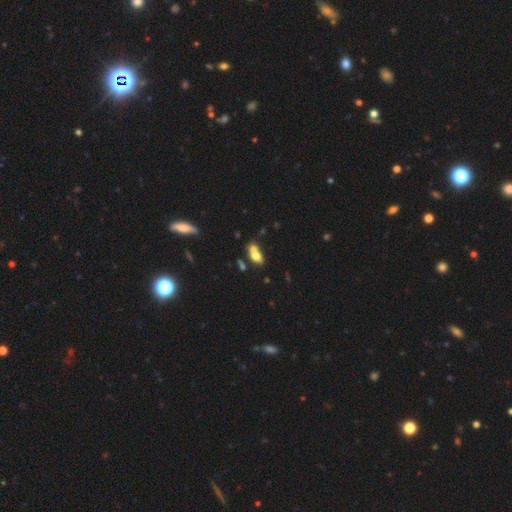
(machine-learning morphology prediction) Q: Smooth or featured?
A: smooth (71%); runner-up: featured or disk (19%)
Q: How rounded?
A: in between (82%); runner-up: round (12%)
Q: Merging?
A: merger (52%); runner-up: none (31%)